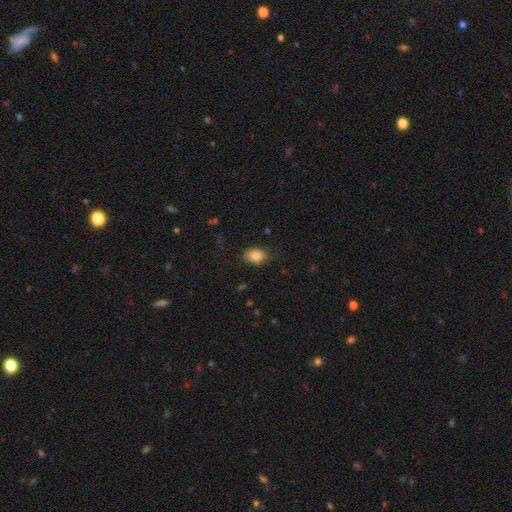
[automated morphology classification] Smooth or featured? smooth (86%)
How rounded? in between (63%)
Merging? none (81%)